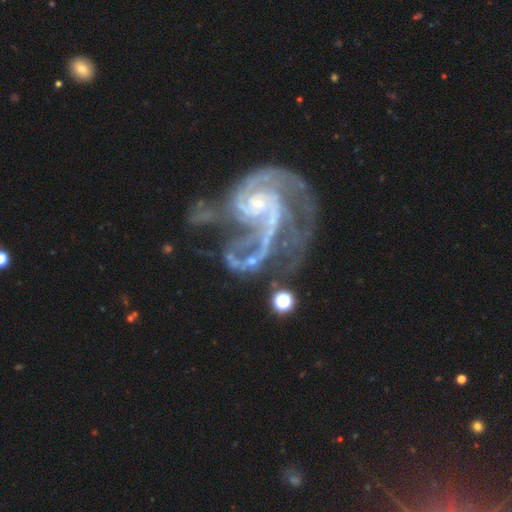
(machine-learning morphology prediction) Smooth or featured?
  - featured or disk: 90% *
  - star or artifact: 6%
  - smooth: 3%
Edge-on disk?
  - no: 98% *
  - yes: 2%
Bar?
  - no: 57% *
  - weak: 32%
  - strong: 11%
Spiral arms?
  - yes: 97% *
  - no: 3%
Spiral winding?
  - medium: 49% *
  - loose: 26%
  - tight: 25%
Spiral arm count?
  - 2: 45% *
  - 3: 20%
  - can't tell: 13%
  - 1: 8%
  - 4: 7%
  - more than 4: 6%
Bulge size?
  - small: 77% *
  - moderate: 14%
  - none: 7%
  - large: 1%
  - dominant: 1%
Merging?
  - major disturbance: 41% *
  - none: 24%
  - merger: 20%
  - minor disturbance: 15%